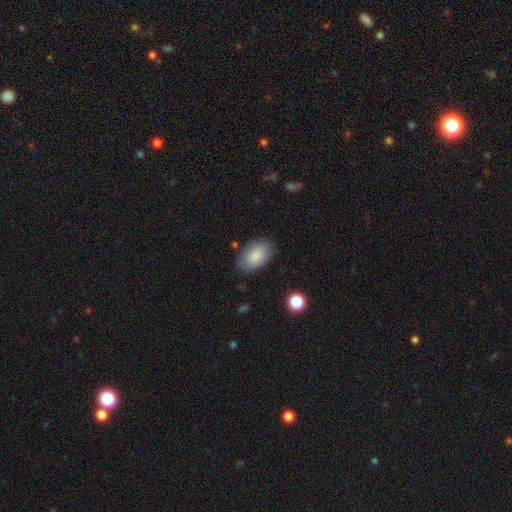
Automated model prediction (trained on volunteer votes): smooth 85%, featured or disk 8%, star or artifact 6%. Down the decision tree: how rounded — in between (92%); merging — none (81%).